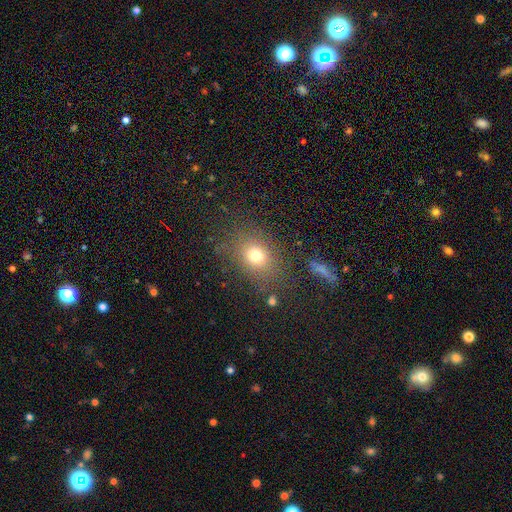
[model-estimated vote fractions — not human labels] Q: Smooth or featured?
A: smooth (72%); runner-up: star or artifact (17%)
Q: How rounded?
A: round (50%); runner-up: in between (48%)
Q: Merging?
A: none (79%); runner-up: minor disturbance (12%)